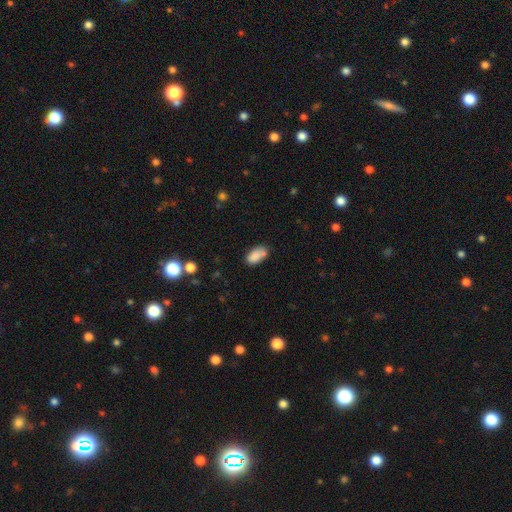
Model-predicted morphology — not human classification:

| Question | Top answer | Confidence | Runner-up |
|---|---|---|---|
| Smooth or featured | smooth | 84% | star or artifact (8%) |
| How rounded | in between | 92% | round (4%) |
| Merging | none | 60% | minor disturbance (23%) |